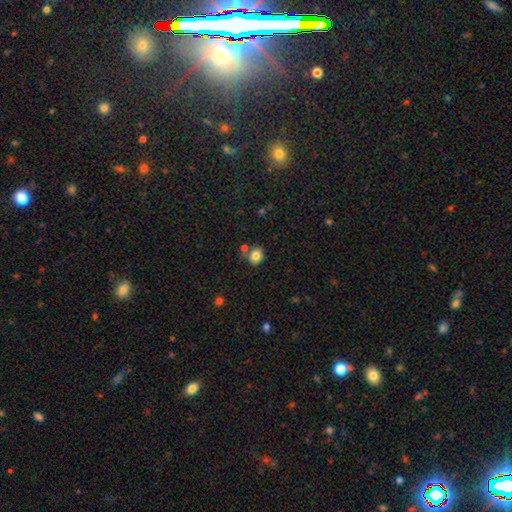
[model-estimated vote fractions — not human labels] A smooth galaxy with no disk features (82%) that is round (68%).

Vote fractions:
- Smooth or featured? smooth: 82% / star or artifact: 10% / featured or disk: 8%
- How rounded? round: 68% / in between: 31% / cigar-shaped: 1%
- Merging? none: 70% / merger: 14% / minor disturbance: 13% / major disturbance: 3%